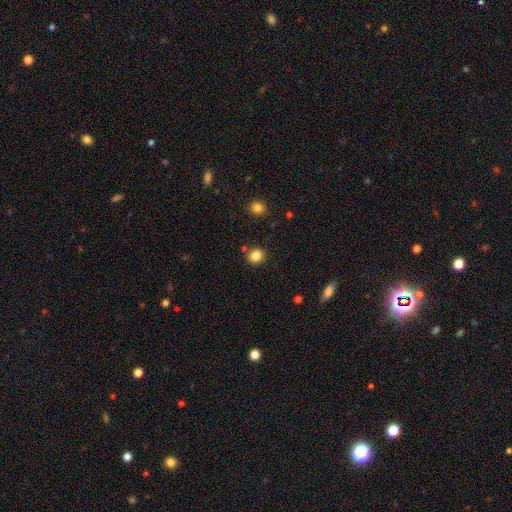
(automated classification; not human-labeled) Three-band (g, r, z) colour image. It shows a smooth galaxy with no disk features (84%) that is round (77%). Merging: none (84%).